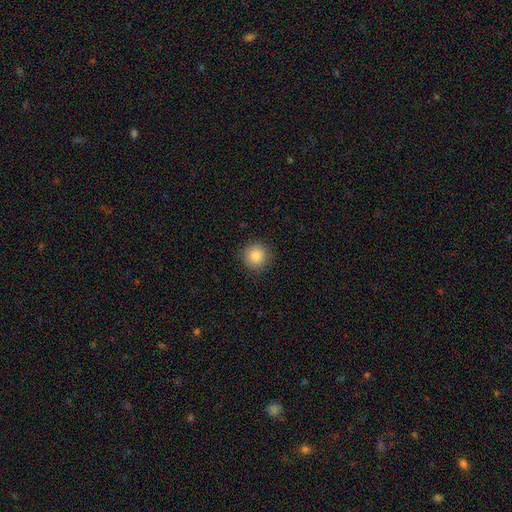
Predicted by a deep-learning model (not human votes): Smooth or featured? Predicted: smooth (p=0.85). How rounded? Predicted: round (p=0.95). Merging? Predicted: none (p=0.90).